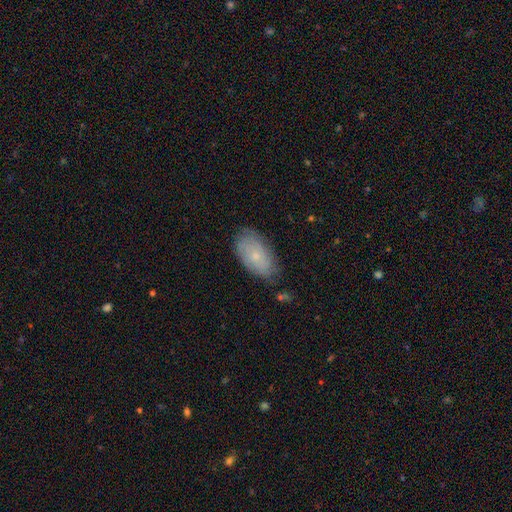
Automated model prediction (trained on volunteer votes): A smooth galaxy with no disk features (59%) that is in between round and cigar-shaped (93%).

Vote fractions:
- Smooth or featured? smooth: 59% / featured or disk: 34% / star or artifact: 8%
- How rounded? in between: 93% / round: 4% / cigar-shaped: 3%
- Merging? none: 73% / minor disturbance: 21% / major disturbance: 4% / merger: 2%